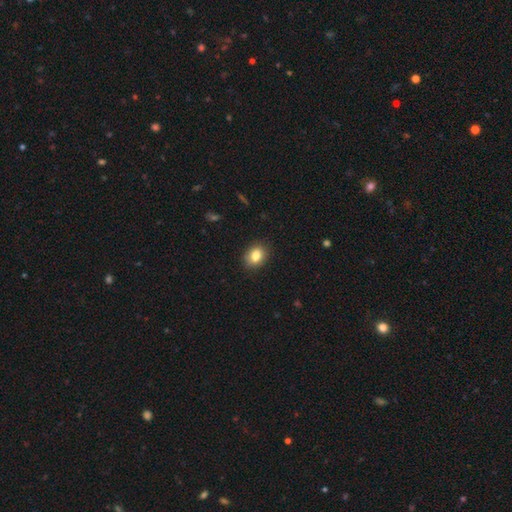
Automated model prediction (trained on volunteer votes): A smooth galaxy with no disk features (83%) that is in between round and cigar-shaped (65%). Merging: none (88%).